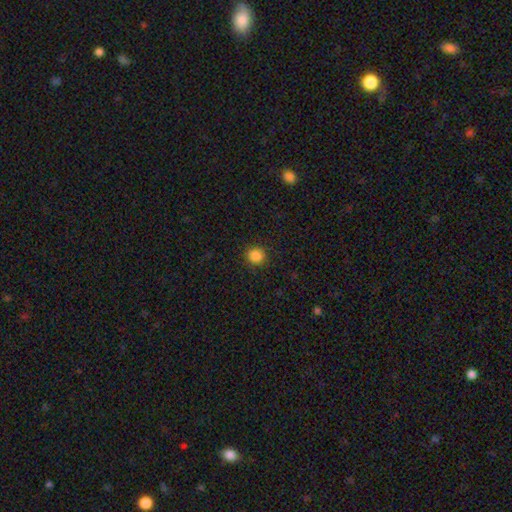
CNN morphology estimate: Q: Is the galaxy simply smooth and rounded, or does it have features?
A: smooth — 86%.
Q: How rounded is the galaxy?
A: round — 91%.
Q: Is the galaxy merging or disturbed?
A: none — 91%.